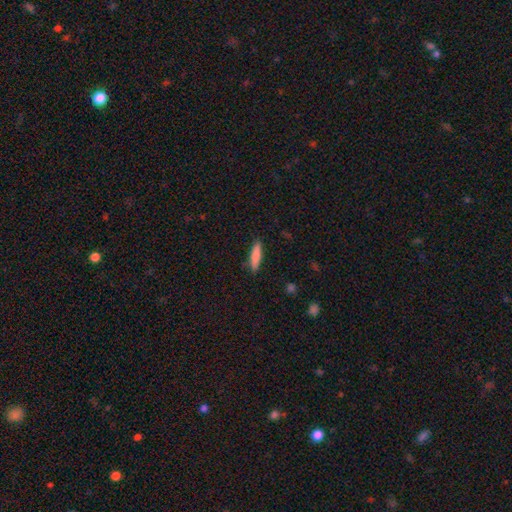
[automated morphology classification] A smooth galaxy with no disk features (83%) that is cigar-shaped (80%). Merging: none (88%).